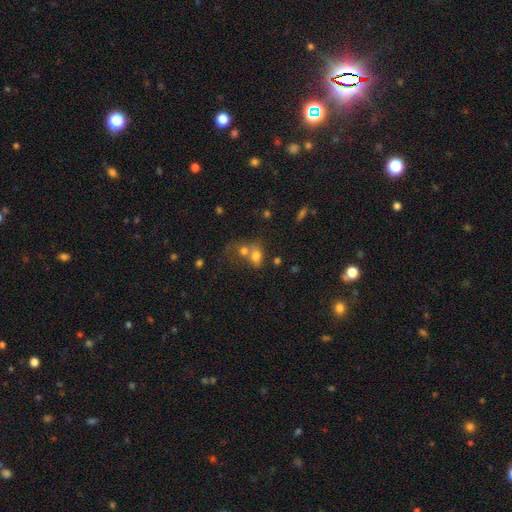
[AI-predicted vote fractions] A smooth galaxy with no disk features (73%) that is in between round and cigar-shaped (65%). Merging: merger (58%).